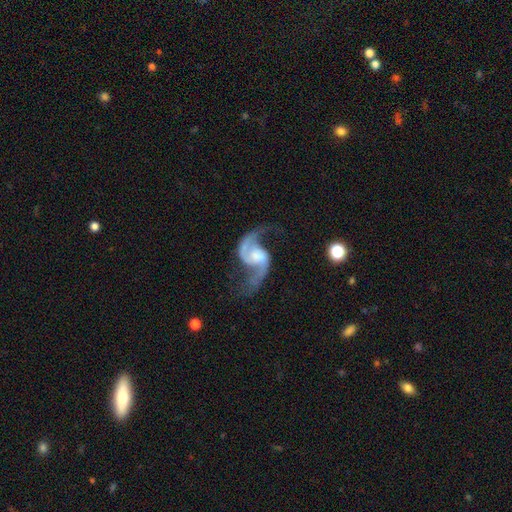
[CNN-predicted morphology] Smooth or featured? featured or disk (92%)
Edge-on disk? no (98%)
Bar? no (49%)
Spiral arms? yes (98%)
Spiral winding? loose (75%)
Spiral arm count? 2 (94%)
Bulge size? moderate (29%)
Merging? none (70%)